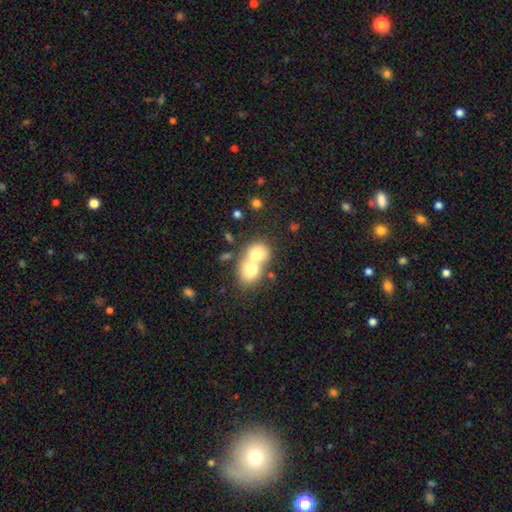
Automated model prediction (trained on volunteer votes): Smooth or featured?
  - smooth: 69% *
  - featured or disk: 22%
  - star or artifact: 9%
How rounded?
  - round: 57% *
  - in between: 42%
  - cigar-shaped: 1%
Merging?
  - merger: 74% *
  - none: 19%
  - minor disturbance: 5%
  - major disturbance: 3%